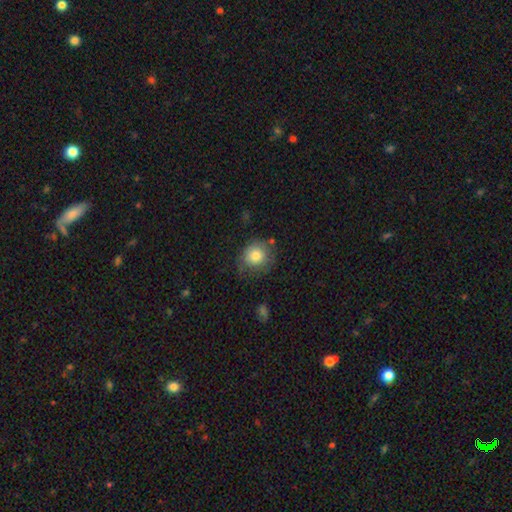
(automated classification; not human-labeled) smooth 80%, featured or disk 11%, star or artifact 9%. Down the decision tree: how rounded — round (84%); merging — none (68%).